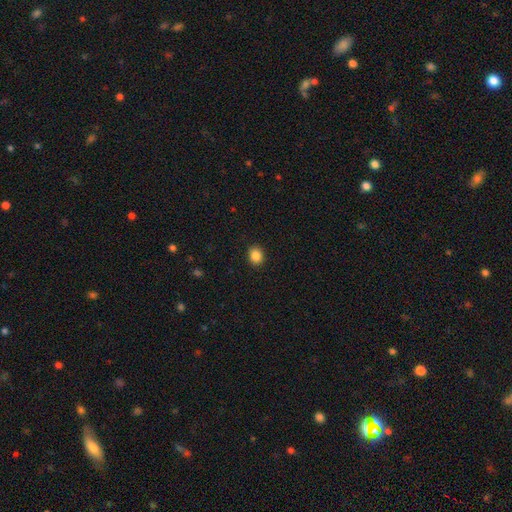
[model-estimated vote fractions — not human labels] Smooth or featured?
  - smooth: 86% *
  - star or artifact: 10%
  - featured or disk: 4%
How rounded?
  - round: 62% *
  - in between: 37%
  - cigar-shaped: 1%
Merging?
  - none: 91% *
  - minor disturbance: 6%
  - major disturbance: 2%
  - merger: 1%